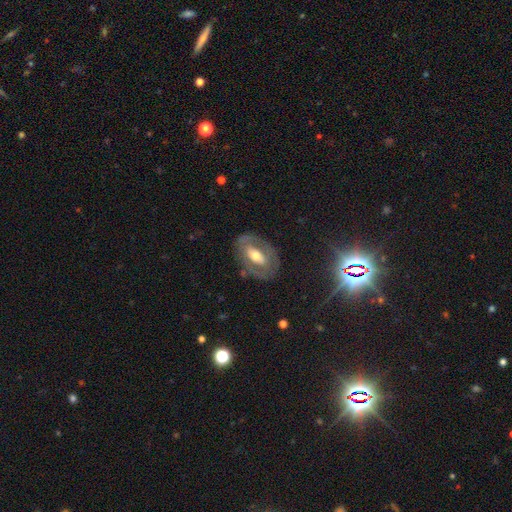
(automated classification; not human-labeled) smooth-or-featured: featured or disk: 60% | smooth: 34% | star or artifact: 6%
  disk-edge-on: no: 90% | yes: 10%
    bar: no: 52% | weak: 27% | strong: 21%
    has-spiral-arms: no: 73% | yes: 27%
    bulge-size: moderate: 66% | small: 17% | large: 15% | dominant: 1% | none: 1%
  merging: none: 74% | minor disturbance: 16% | major disturbance: 9% | merger: 2%